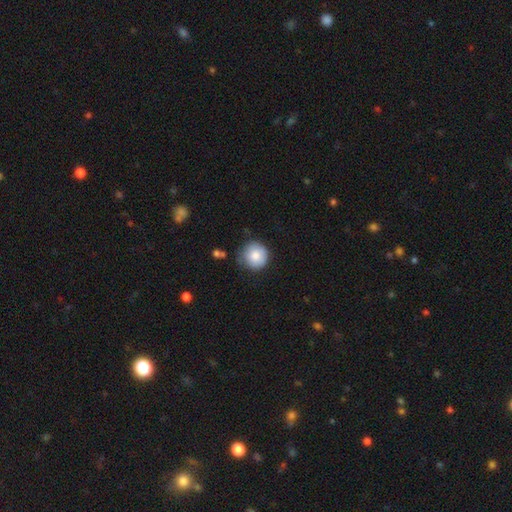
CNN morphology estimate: smooth 83%, featured or disk 10%, star or artifact 8%. Down the decision tree: how rounded — round (93%); merging — none (74%).